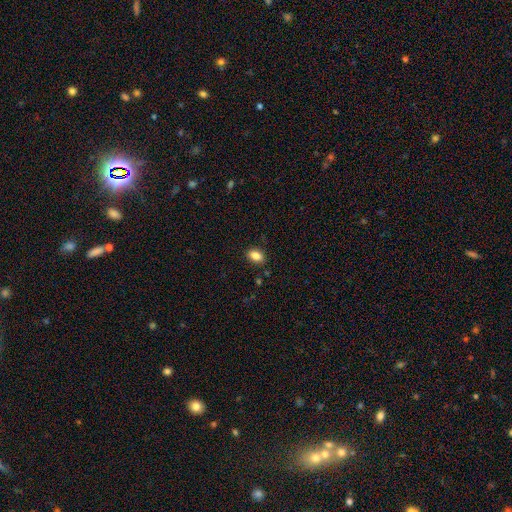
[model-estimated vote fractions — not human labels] Q: Smooth or featured?
A: smooth (86%); runner-up: star or artifact (9%)
Q: How rounded?
A: in between (86%); runner-up: round (12%)
Q: Merging?
A: none (87%); runner-up: minor disturbance (10%)